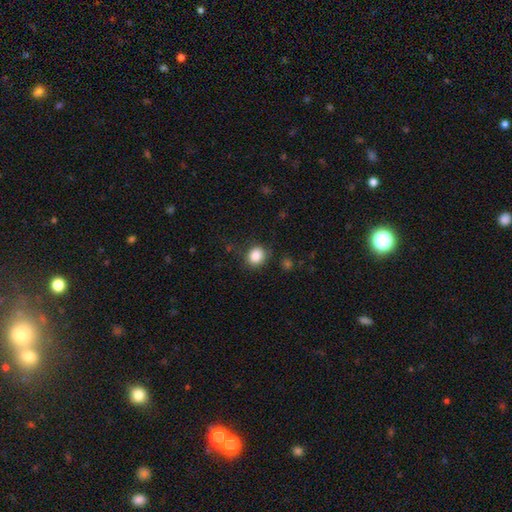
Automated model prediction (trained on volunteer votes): Overall: smooth (86%). How rounded: round (69%; in between 30%). Merging: none (81%).